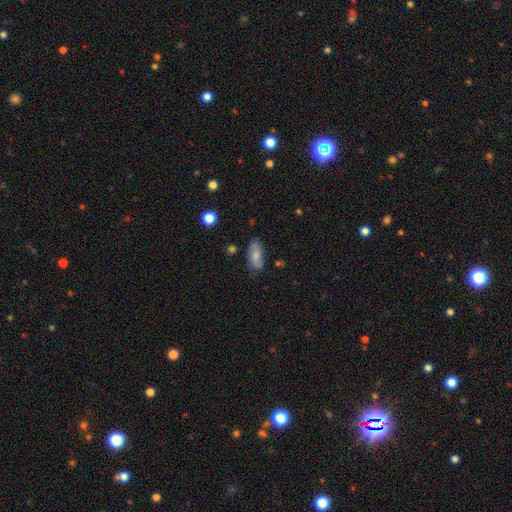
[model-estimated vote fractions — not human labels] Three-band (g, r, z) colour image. It shows a smooth galaxy with no disk features (63%) that is in between round and cigar-shaped (87%). Merging: none (72%).